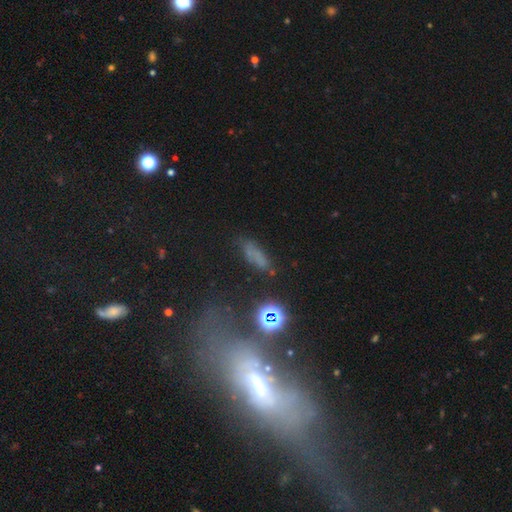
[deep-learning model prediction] A smooth galaxy with no disk features (51%) that is in between round and cigar-shaped (47%). Merging: none (64%).